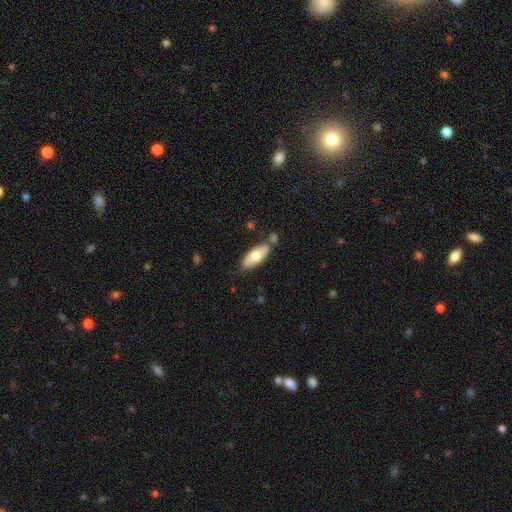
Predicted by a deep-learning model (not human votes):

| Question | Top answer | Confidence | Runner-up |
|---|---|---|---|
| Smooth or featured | smooth | 70% | featured or disk (25%) |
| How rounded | in between | 78% | cigar-shaped (20%) |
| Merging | none | 70% | minor disturbance (16%) |